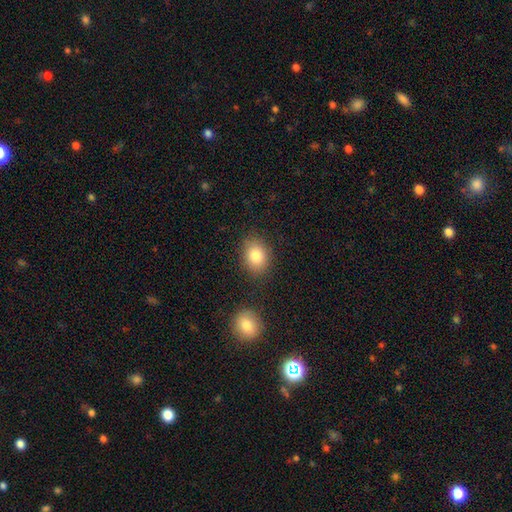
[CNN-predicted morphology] Smooth or featured? Predicted: smooth (p=0.84). How rounded? Predicted: in between (p=0.60). Merging? Predicted: none (p=0.81).